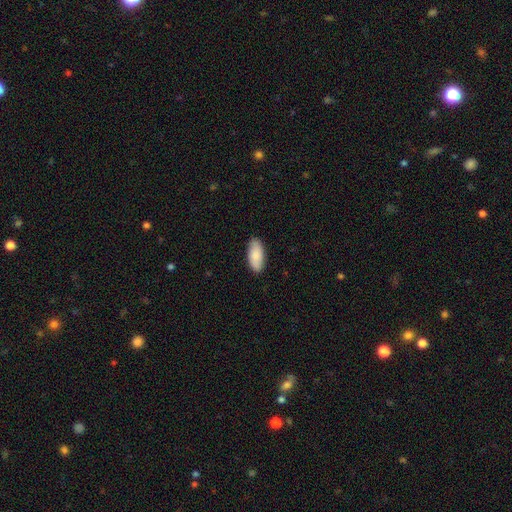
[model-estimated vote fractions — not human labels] The model was most divided on "smooth or featured": smooth: 84%, featured or disk: 11%, star or artifact: 6%. More confident: how rounded — in between (91%); merging — none (88%).